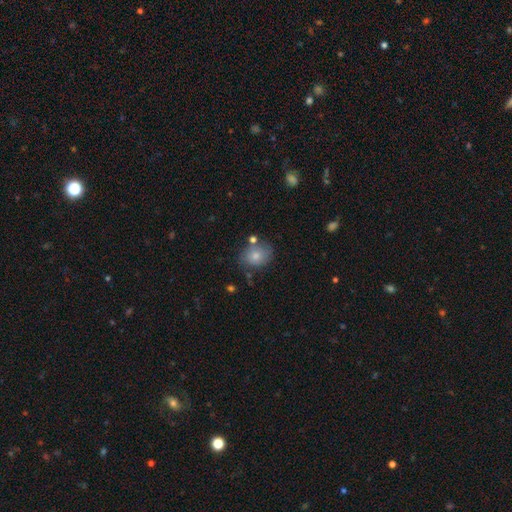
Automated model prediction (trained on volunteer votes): smooth_or_featured: smooth (p=0.78) [alt: featured or disk p=0.13]
how_rounded: round (p=0.52) [alt: in between p=0.47]
merging: none (p=0.68) [alt: minor disturbance p=0.18]